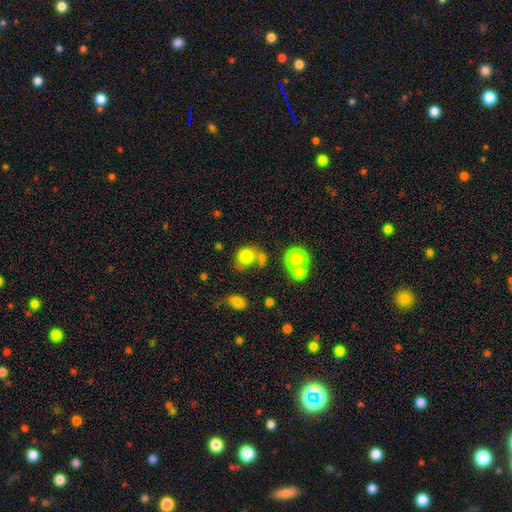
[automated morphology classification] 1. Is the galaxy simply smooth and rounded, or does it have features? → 73% smooth, 14% star or artifact, 12% featured or disk.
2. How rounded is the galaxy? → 66% round, 33% in between, 1% cigar-shaped.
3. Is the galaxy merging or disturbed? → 48% none, 23% merger, 18% minor disturbance, 11% major disturbance.